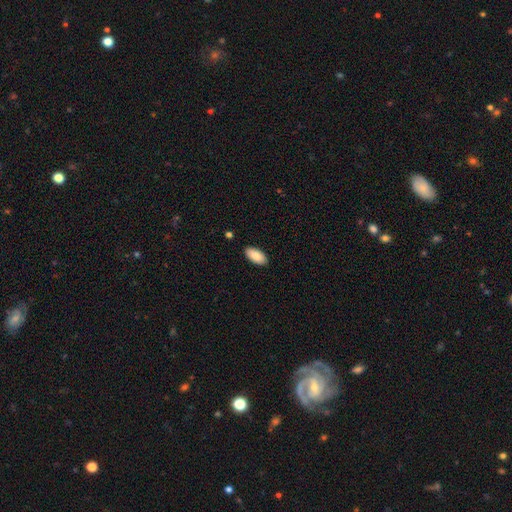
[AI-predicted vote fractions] Q: Smooth or featured?
A: smooth (89%); runner-up: star or artifact (6%)
Q: How rounded?
A: in between (93%); runner-up: cigar-shaped (5%)
Q: Merging?
A: none (89%); runner-up: minor disturbance (8%)